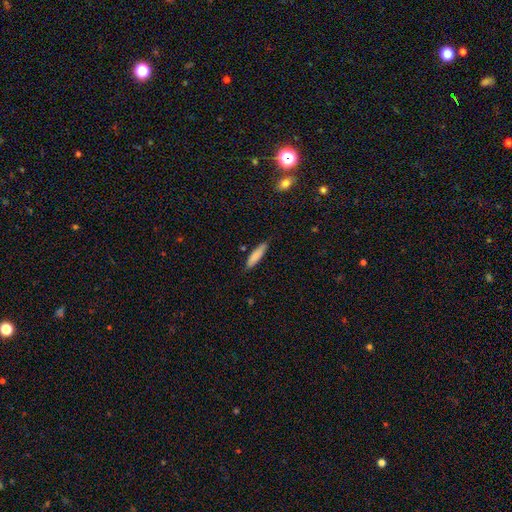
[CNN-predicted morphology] type=smooth (82%); roundness=cigar-shaped (78%); merging=none (82%).